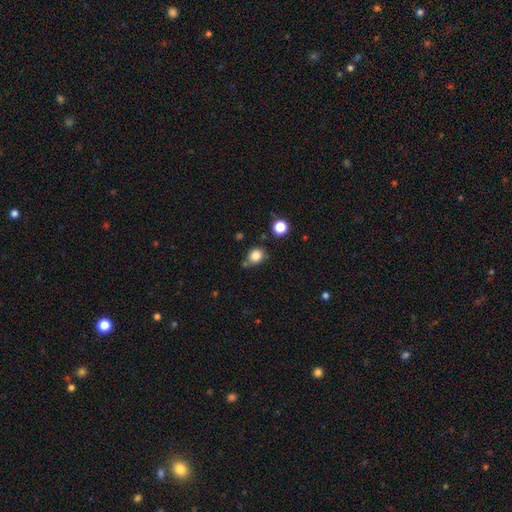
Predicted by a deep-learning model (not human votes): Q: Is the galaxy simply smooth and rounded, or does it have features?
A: smooth — 83%.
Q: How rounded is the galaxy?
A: round — 69%.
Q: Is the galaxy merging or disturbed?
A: none — 69%.